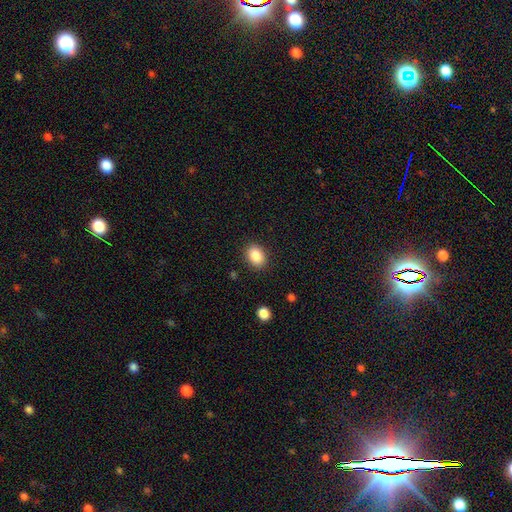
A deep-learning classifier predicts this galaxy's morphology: Overall: smooth (87%). How rounded: in between (68%; round 31%). Merging: none (88%).